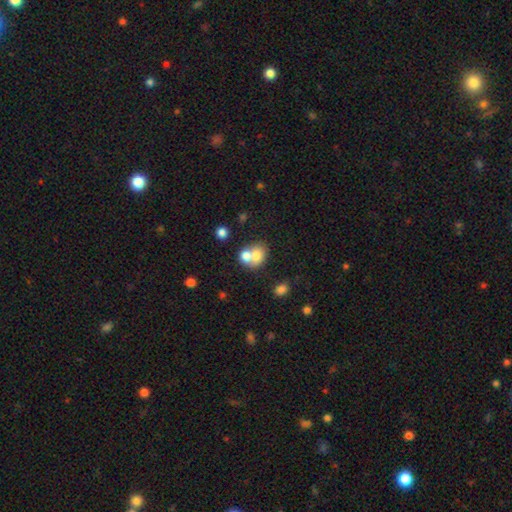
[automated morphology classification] smooth-or-featured: smooth: 71% | featured or disk: 19% | star or artifact: 10%
  how-rounded: round: 54% | in between: 45% | cigar-shaped: 1%
  merging: merger: 60% | none: 29% | minor disturbance: 8% | major disturbance: 4%